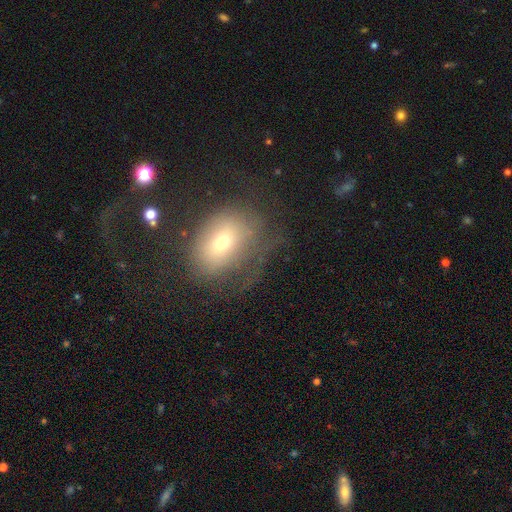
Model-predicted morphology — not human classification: This appears to be a featured or disk galaxy (43%). Merging: none (45%).